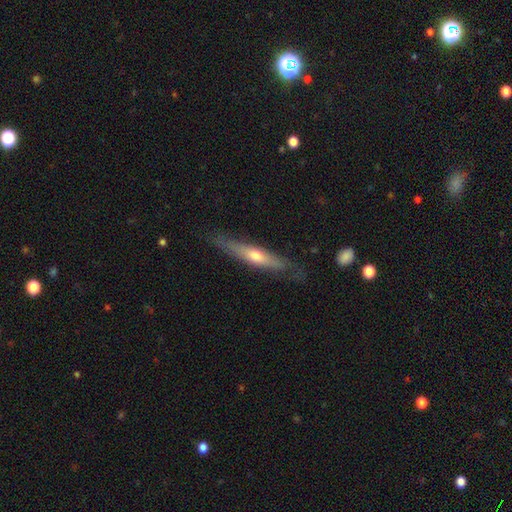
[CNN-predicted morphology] Overall: featured or disk (54%; smooth 41%). Edge-on disk: yes (87%). Merging: none (80%).